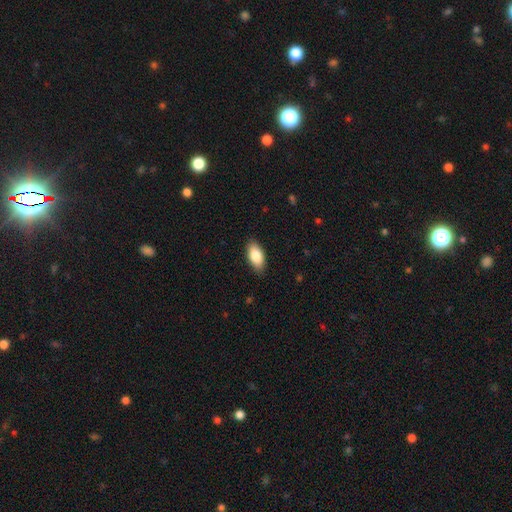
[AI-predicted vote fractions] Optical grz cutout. It shows a smooth galaxy with no disk features (85%) that is in between round and cigar-shaped (92%). Merging: none (87%).